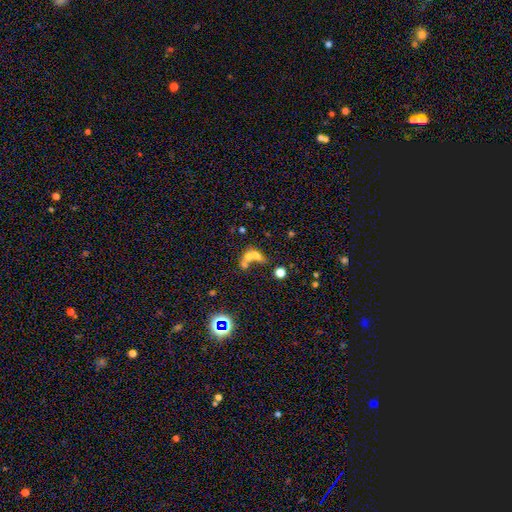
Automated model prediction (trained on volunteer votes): Q: Smooth or featured?
A: smooth (55%); runner-up: featured or disk (26%)
Q: How rounded?
A: in between (56%); runner-up: round (40%)
Q: Merging?
A: merger (66%); runner-up: none (20%)